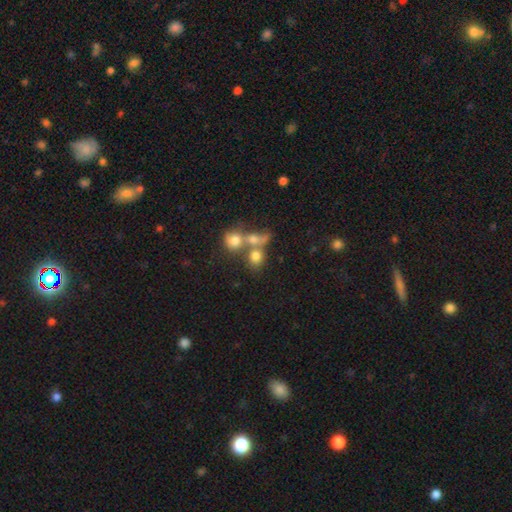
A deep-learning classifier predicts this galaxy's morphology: A smooth galaxy with no disk features (72%) that is round (66%).

Vote fractions:
- Smooth or featured? smooth: 72% / featured or disk: 14% / star or artifact: 14%
- How rounded? round: 66% / in between: 31% / cigar-shaped: 2%
- Merging? merger: 49% / none: 34% / minor disturbance: 9% / major disturbance: 8%